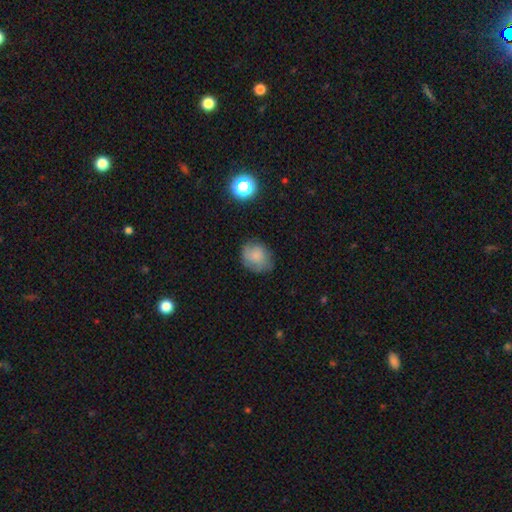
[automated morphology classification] Smooth or featured: smooth — 77% (featured or disk — 13%)
How rounded: round — 65% (in between — 34%)
Merging: none — 70% (minor disturbance — 22%)